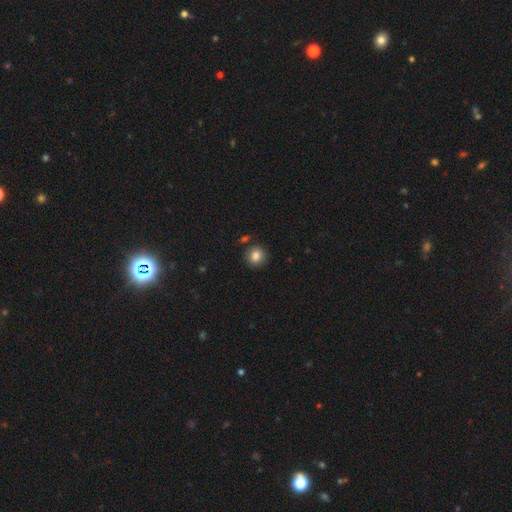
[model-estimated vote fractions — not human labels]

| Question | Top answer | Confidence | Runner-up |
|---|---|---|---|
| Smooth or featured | smooth | 84% | star or artifact (10%) |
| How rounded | round | 90% | in between (9%) |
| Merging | none | 87% | minor disturbance (7%) |